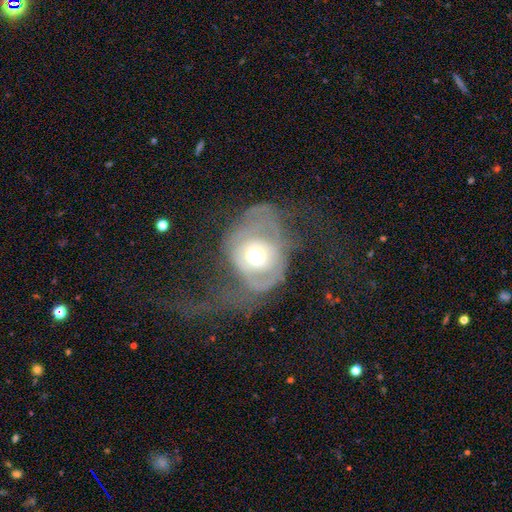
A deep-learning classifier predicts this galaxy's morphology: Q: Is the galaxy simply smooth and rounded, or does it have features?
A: featured or disk — 55%.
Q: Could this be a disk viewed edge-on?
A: no — 95%.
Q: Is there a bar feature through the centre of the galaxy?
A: no — 82%.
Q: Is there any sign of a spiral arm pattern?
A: no — 59%.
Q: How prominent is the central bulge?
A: moderate — 66%.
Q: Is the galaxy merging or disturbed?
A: major disturbance — 63%.